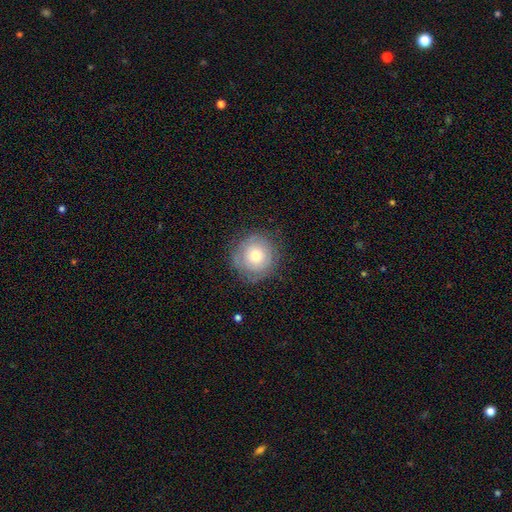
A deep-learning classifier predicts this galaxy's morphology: smooth 53%, featured or disk 38%, star or artifact 9%. Down the decision tree: how rounded — round (93%); merging — none (78%).